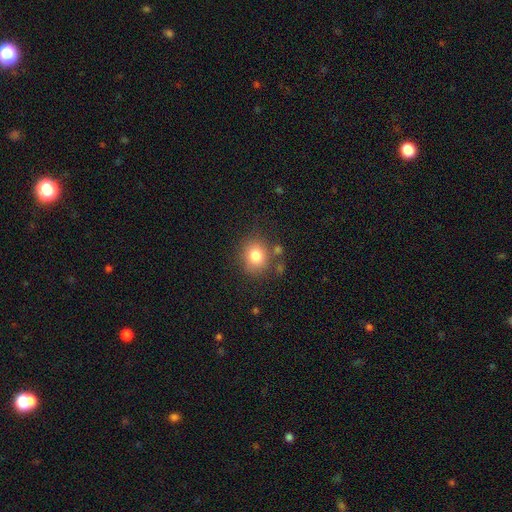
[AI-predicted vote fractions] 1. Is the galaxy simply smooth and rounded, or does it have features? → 79% smooth, 11% star or artifact, 10% featured or disk.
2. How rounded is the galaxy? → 76% round, 23% in between, 1% cigar-shaped.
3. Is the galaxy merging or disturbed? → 77% none, 13% minor disturbance, 6% merger, 4% major disturbance.